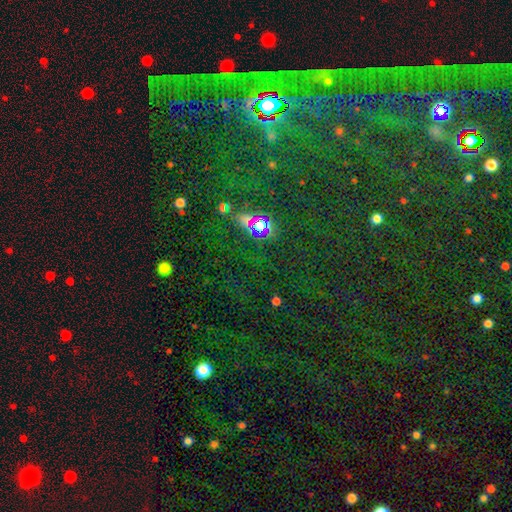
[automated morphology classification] Q: Smooth or featured?
A: star or artifact (76%); runner-up: smooth (15%)